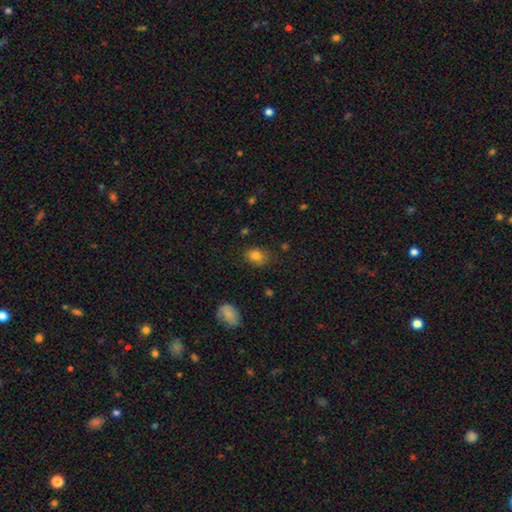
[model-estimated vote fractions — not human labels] Smooth or featured: smooth — 80% (star or artifact — 11%)
How rounded: in between — 69% (round — 30%)
Merging: none — 74% (minor disturbance — 20%)